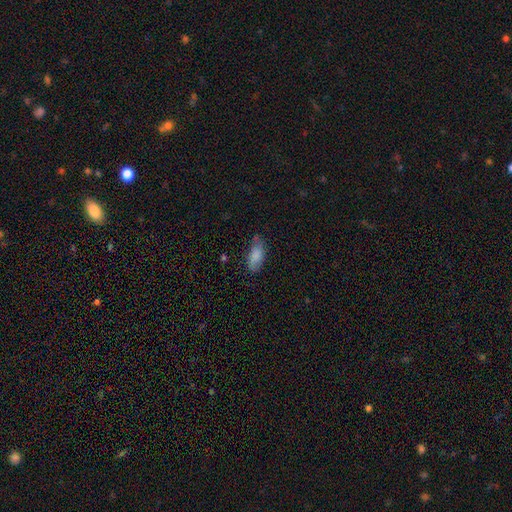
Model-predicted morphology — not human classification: Smooth or featured? smooth (84%)
How rounded? in between (87%)
Merging? none (62%)